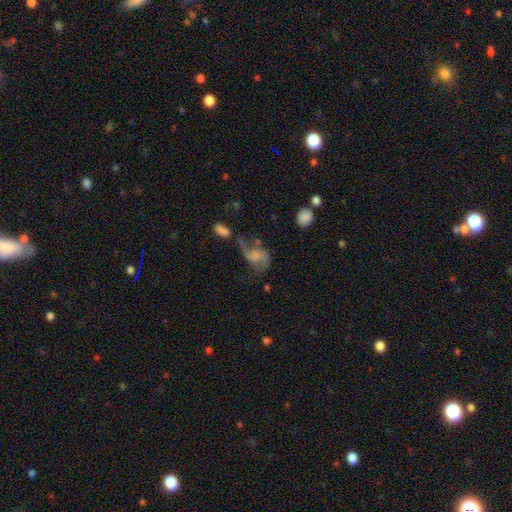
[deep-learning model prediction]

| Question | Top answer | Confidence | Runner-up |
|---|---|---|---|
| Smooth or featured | smooth | 44% | tied: featured or disk (44%) |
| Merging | major disturbance | 36% | none (24%) |